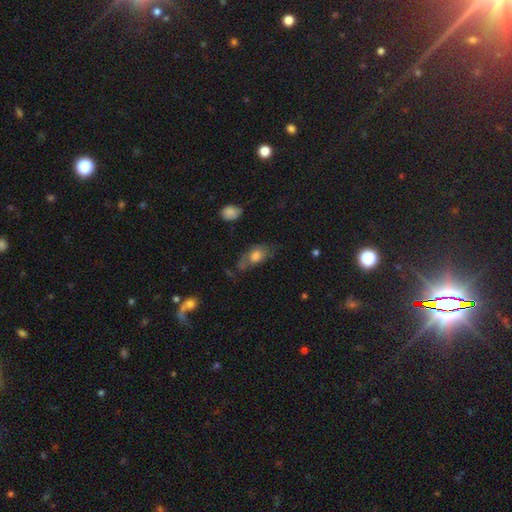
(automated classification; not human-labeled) A smooth galaxy with no disk features (61%) that is in between round and cigar-shaped (78%).

Vote fractions:
- Smooth or featured? smooth: 61% / featured or disk: 30% / star or artifact: 9%
- How rounded? in between: 78% / cigar-shaped: 12% / round: 10%
- Merging? none: 51% / minor disturbance: 26% / major disturbance: 18% / merger: 5%